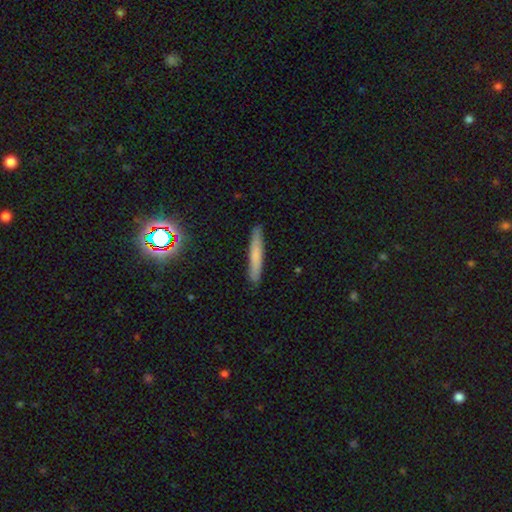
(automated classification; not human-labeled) smooth 70%, featured or disk 22%, star or artifact 8%. Down the decision tree: how rounded — cigar-shaped (95%); merging — none (89%).